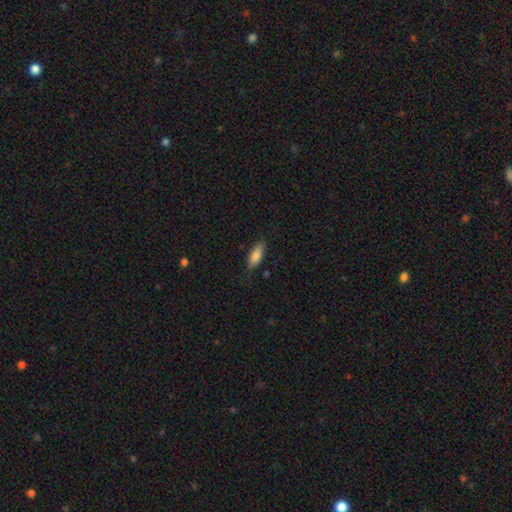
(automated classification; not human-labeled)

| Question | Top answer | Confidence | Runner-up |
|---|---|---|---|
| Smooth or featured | smooth | 82% | featured or disk (12%) |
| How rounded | in between | 70% | cigar-shaped (28%) |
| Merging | none | 77% | minor disturbance (18%) |